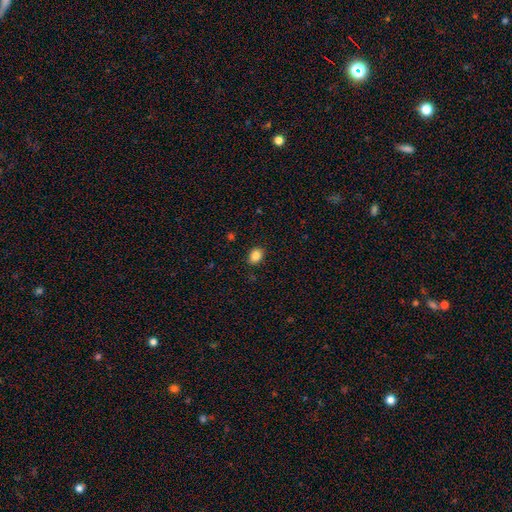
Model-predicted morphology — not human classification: A smooth galaxy with no disk features (85%) that is in between round and cigar-shaped (59%).

Vote fractions:
- Smooth or featured? smooth: 85% / star or artifact: 10% / featured or disk: 6%
- How rounded? in between: 59% / round: 40% / cigar-shaped: 1%
- Merging? none: 88% / minor disturbance: 9% / major disturbance: 2% / merger: 1%